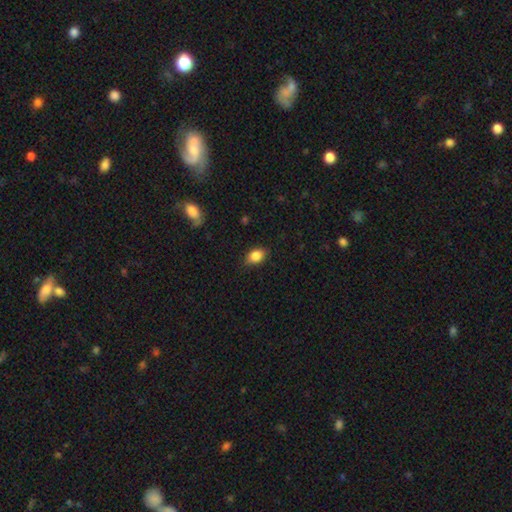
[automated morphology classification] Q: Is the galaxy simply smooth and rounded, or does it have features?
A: smooth — 86%.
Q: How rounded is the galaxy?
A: in between — 83%.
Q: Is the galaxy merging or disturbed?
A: none — 83%.